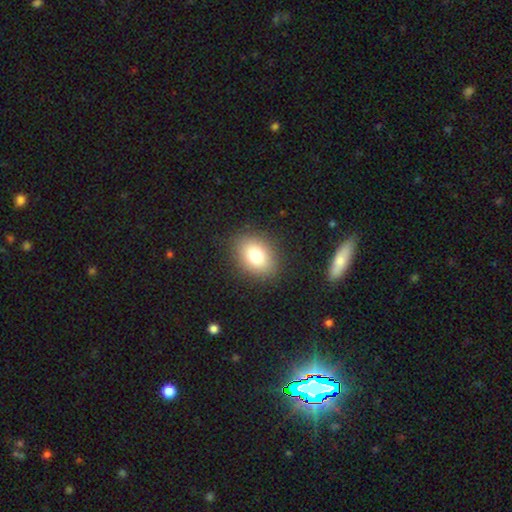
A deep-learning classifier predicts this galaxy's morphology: A smooth galaxy with no disk features (77%) that is in between round and cigar-shaped (67%). Merging: none (87%).